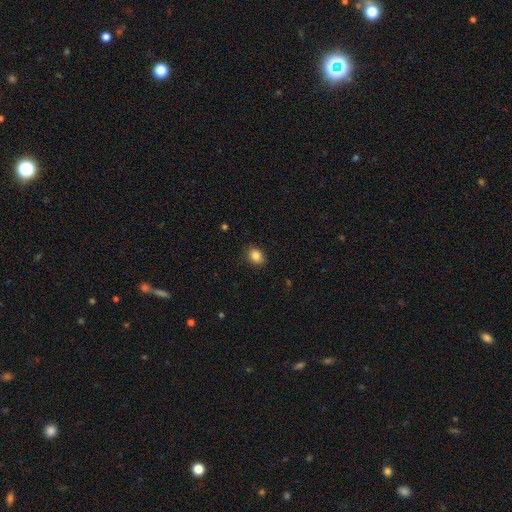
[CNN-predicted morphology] smooth_or_featured: smooth (p=0.85) [alt: star or artifact p=0.09]
how_rounded: in between (p=0.64) [alt: round p=0.35]
merging: none (p=0.87) [alt: minor disturbance p=0.10]